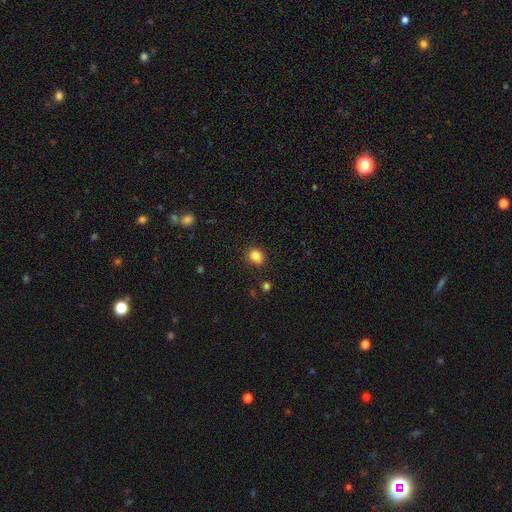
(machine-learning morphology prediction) This appears to be a smooth galaxy with no disk features (83%) that is round (72%). Merging: none (84%).